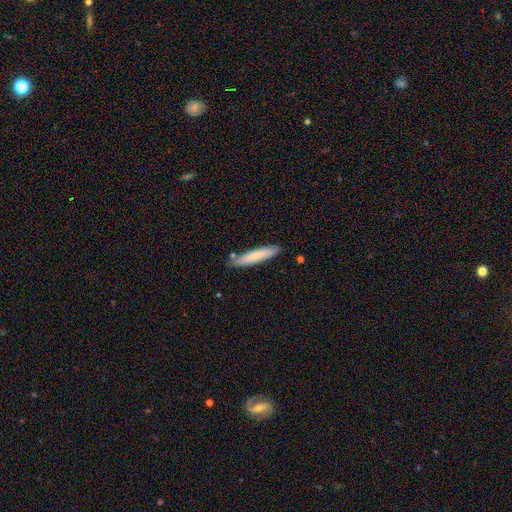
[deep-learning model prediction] smooth_or_featured: smooth (p=0.73) [alt: featured or disk p=0.22]
how_rounded: cigar-shaped (p=0.89) [alt: in between p=0.10]
merging: none (p=0.82) [alt: minor disturbance p=0.13]